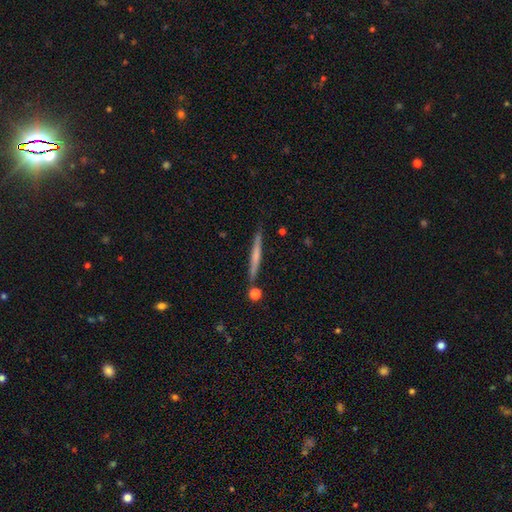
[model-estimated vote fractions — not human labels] Smooth or featured?
  - featured or disk: 47% * (tied)
  - smooth: 47% * (tied)
  - star or artifact: 6%
Merging?
  - none: 85% *
  - minor disturbance: 9%
  - merger: 4%
  - major disturbance: 2%